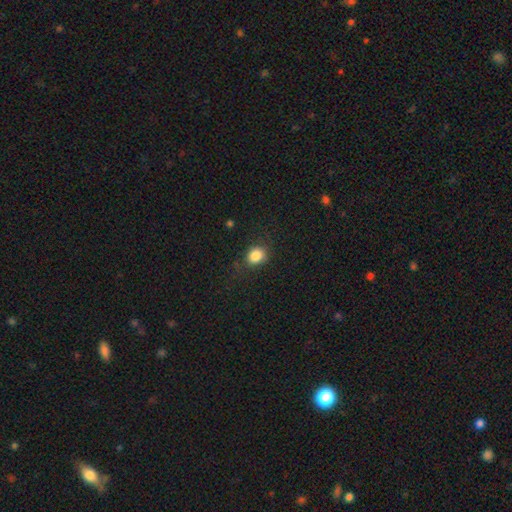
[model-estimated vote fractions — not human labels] smooth-or-featured: smooth: 85% | star or artifact: 10% | featured or disk: 5%
  how-rounded: round: 59% | in between: 40% | cigar-shaped: 1%
  merging: none: 76% | minor disturbance: 16% | major disturbance: 6% | merger: 1%